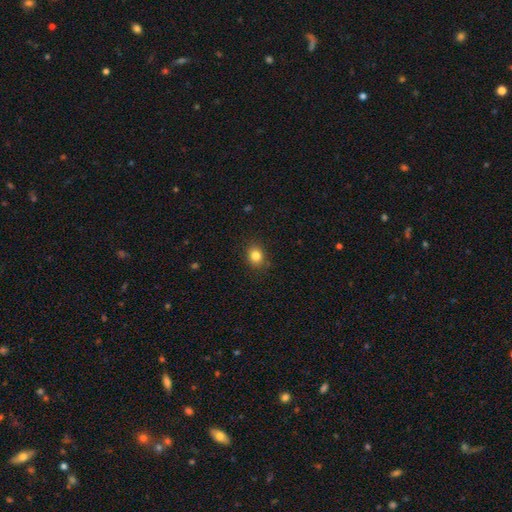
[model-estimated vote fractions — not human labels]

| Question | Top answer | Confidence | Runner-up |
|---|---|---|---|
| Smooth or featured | smooth | 83% | star or artifact (11%) |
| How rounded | round | 62% | in between (37%) |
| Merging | none | 88% | minor disturbance (9%) |